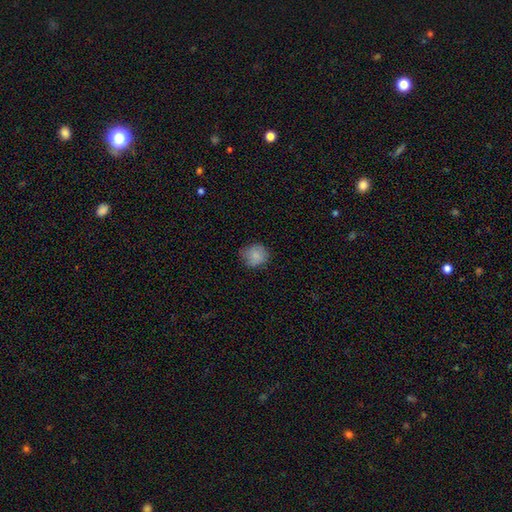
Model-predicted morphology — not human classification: Smooth or featured: smooth — 83% (featured or disk — 8%)
How rounded: round — 78% (in between — 21%)
Merging: none — 70% (minor disturbance — 24%)